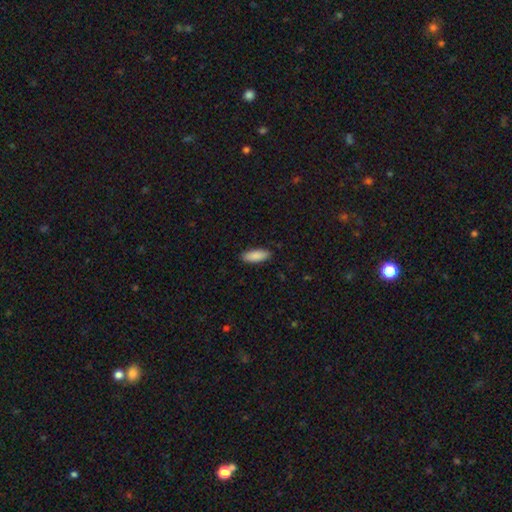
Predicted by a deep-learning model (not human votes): Q: Smooth or featured?
A: smooth (89%); runner-up: star or artifact (6%)
Q: How rounded?
A: in between (74%); runner-up: cigar-shaped (24%)
Q: Merging?
A: none (88%); runner-up: minor disturbance (9%)